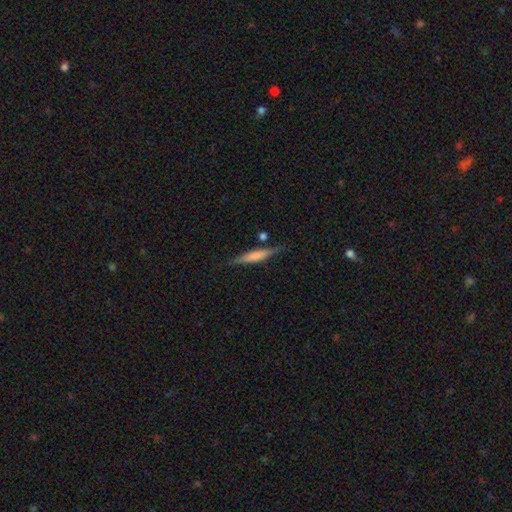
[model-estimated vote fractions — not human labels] smooth 61%, featured or disk 33%, star or artifact 6%. Down the decision tree: how rounded — cigar-shaped (86%); merging — none (77%).